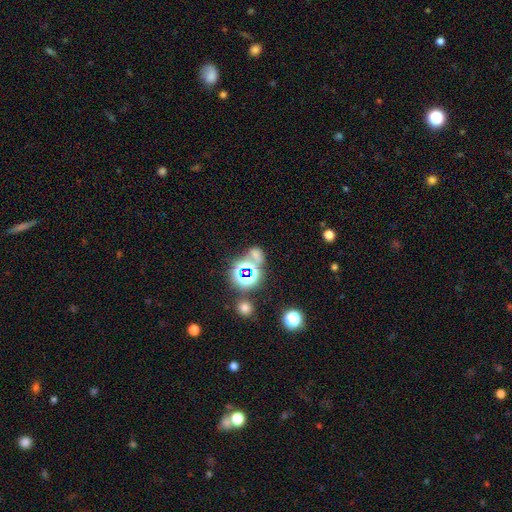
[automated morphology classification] smooth-or-featured: star or artifact: 51% | smooth: 38% | featured or disk: 11%